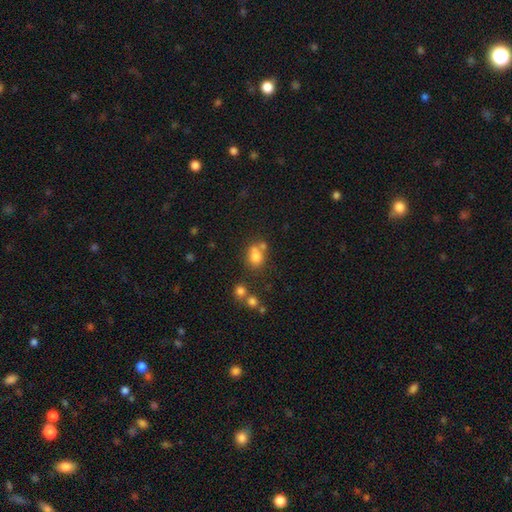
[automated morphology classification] The model was most divided on "merging": none: 44%, merger: 35%, minor disturbance: 14%, major disturbance: 7%. More confident: smooth or featured — smooth (75%); how rounded — in between (55%).